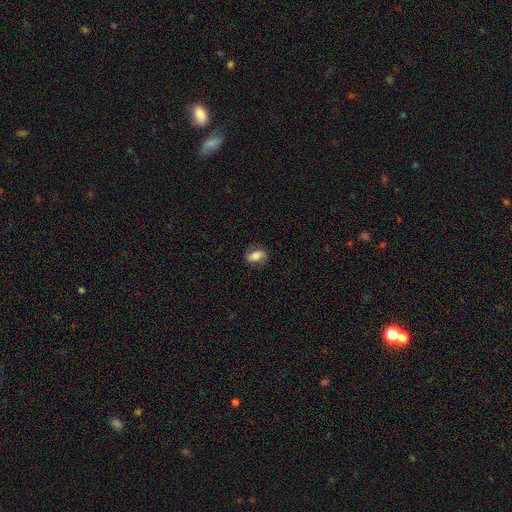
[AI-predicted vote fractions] A smooth galaxy with no disk features (66%) that is in between round and cigar-shaped (81%).

Vote fractions:
- Smooth or featured? smooth: 66% / featured or disk: 25% / star or artifact: 9%
- How rounded? in between: 81% / round: 14% / cigar-shaped: 5%
- Merging? none: 78% / minor disturbance: 16% / major disturbance: 5% / merger: 1%